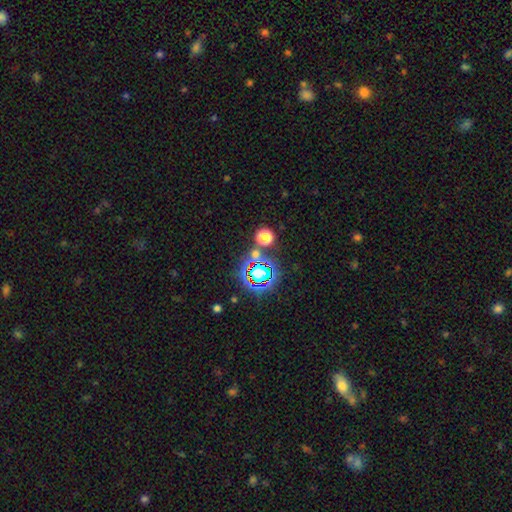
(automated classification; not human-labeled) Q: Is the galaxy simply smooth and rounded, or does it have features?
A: star or artifact — 67%.